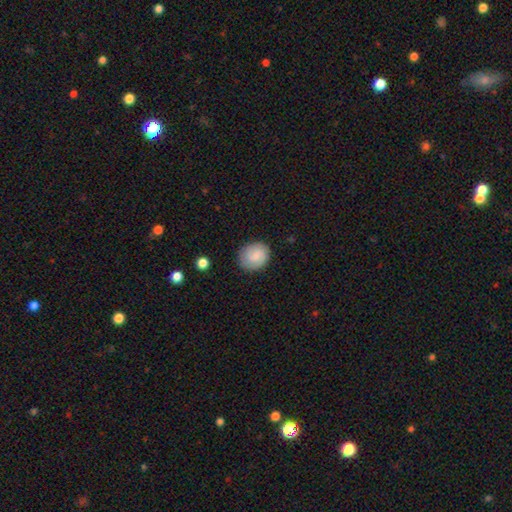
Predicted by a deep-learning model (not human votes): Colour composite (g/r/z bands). It shows a smooth galaxy with no disk features (71%) that is round (66%). Merging: none (81%).